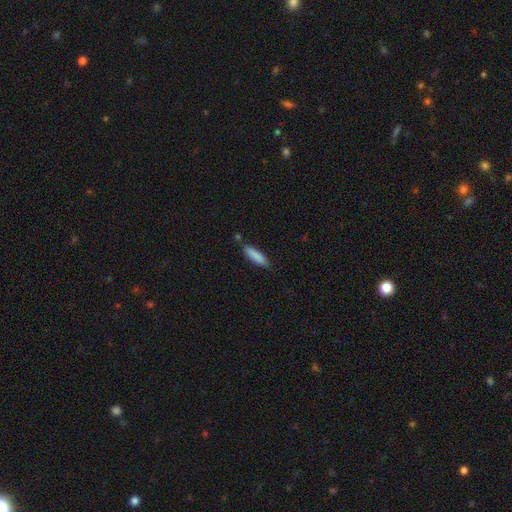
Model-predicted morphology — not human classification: type=smooth (86%); roundness=cigar-shaped (68%); merging=none (79%).